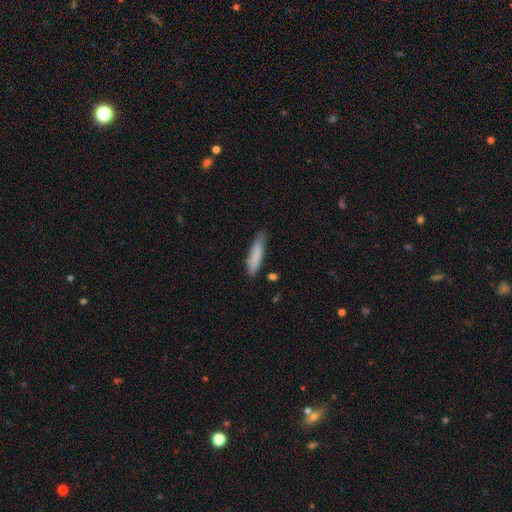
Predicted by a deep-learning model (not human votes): The model was most divided on "merging": none: 78%, minor disturbance: 17%, major disturbance: 3%, merger: 2%. More confident: how rounded — cigar-shaped (83%); smooth or featured — smooth (82%).